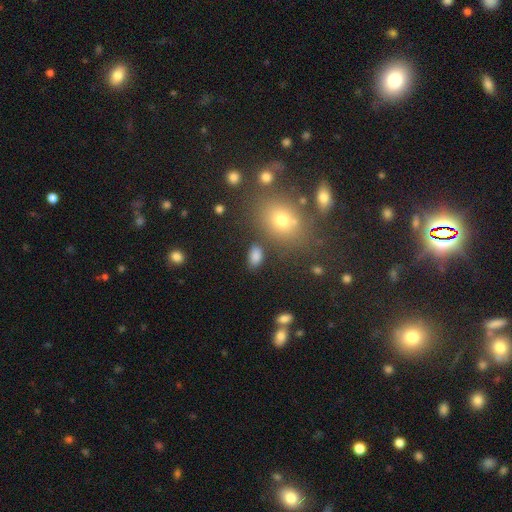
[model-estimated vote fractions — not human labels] This appears to be a smooth galaxy with no disk features (83%) that is in between round and cigar-shaped (89%). Merging: none (78%).